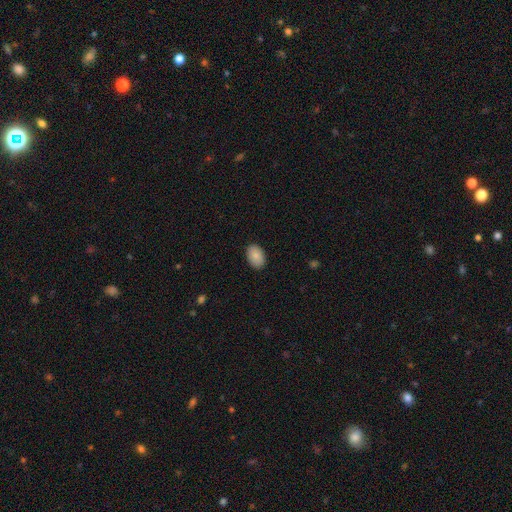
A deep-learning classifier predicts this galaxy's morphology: Smooth or featured? smooth (88%)
How rounded? in between (90%)
Merging? none (89%)